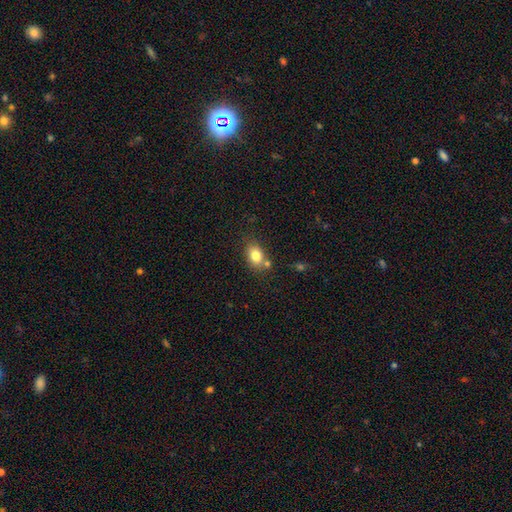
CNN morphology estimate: Smooth or featured?
  - smooth: 81% *
  - featured or disk: 10%
  - star or artifact: 10%
How rounded?
  - in between: 75% *
  - round: 23%
  - cigar-shaped: 2%
Merging?
  - none: 65% *
  - merger: 16%
  - minor disturbance: 14%
  - major disturbance: 4%